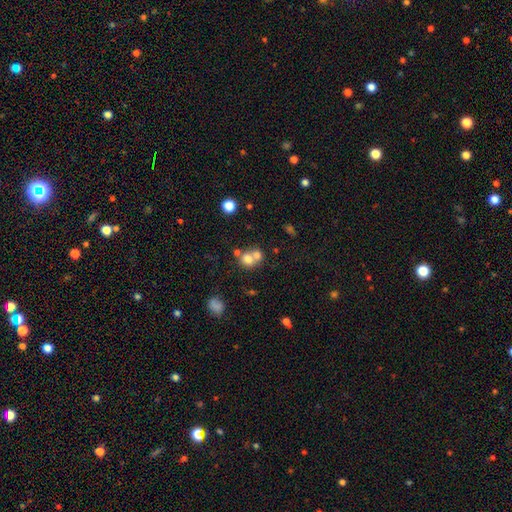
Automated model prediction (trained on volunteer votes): This is likely a smooth galaxy (69%). How rounded: likely round (78%). Merging: possibly merger (58%).